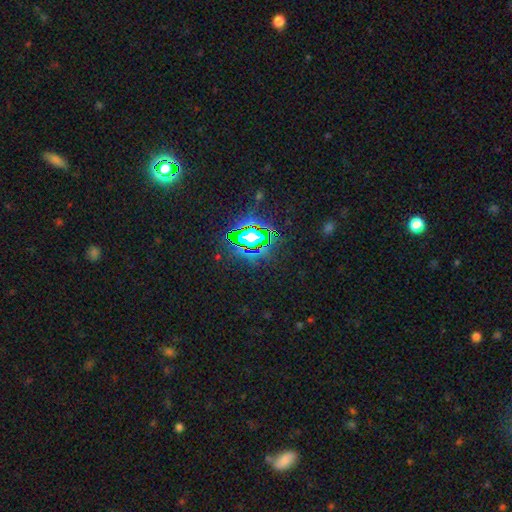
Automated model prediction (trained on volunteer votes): star or artifact 79%, smooth 13%, featured or disk 9%.